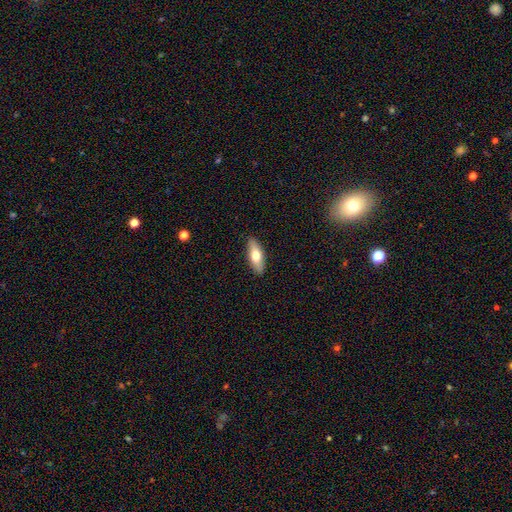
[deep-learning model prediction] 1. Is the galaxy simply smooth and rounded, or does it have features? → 65% smooth, 29% featured or disk, 6% star or artifact.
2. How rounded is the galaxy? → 67% in between, 30% cigar-shaped, 3% round.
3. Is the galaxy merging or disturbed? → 89% none, 8% minor disturbance, 2% major disturbance, 1% merger.